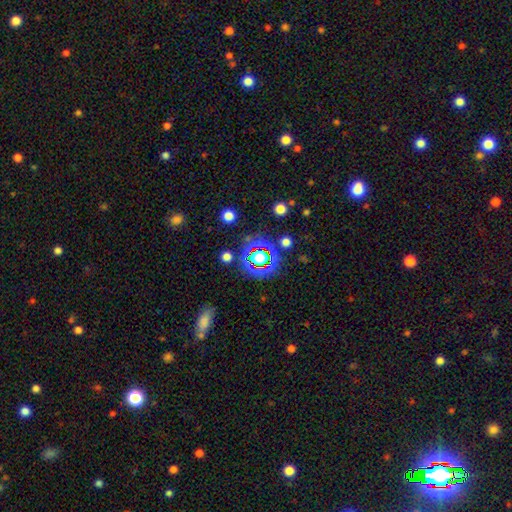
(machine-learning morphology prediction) This is likely a star or artifact rather than a galaxy (70%).